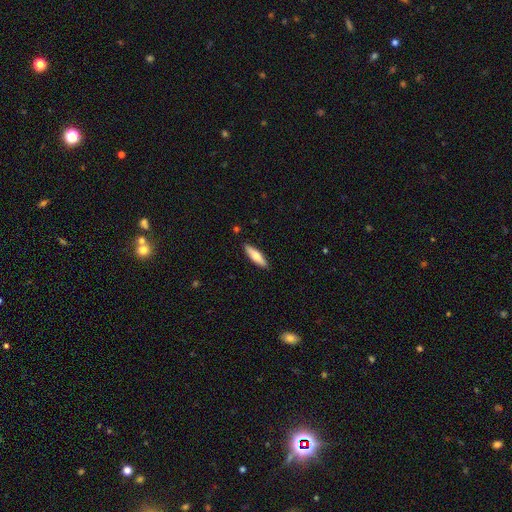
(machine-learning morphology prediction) smooth_or_featured: smooth (p=0.60) [alt: featured or disk p=0.34]
how_rounded: cigar-shaped (p=0.66) [alt: in between p=0.32]
merging: none (p=0.89) [alt: minor disturbance p=0.08]